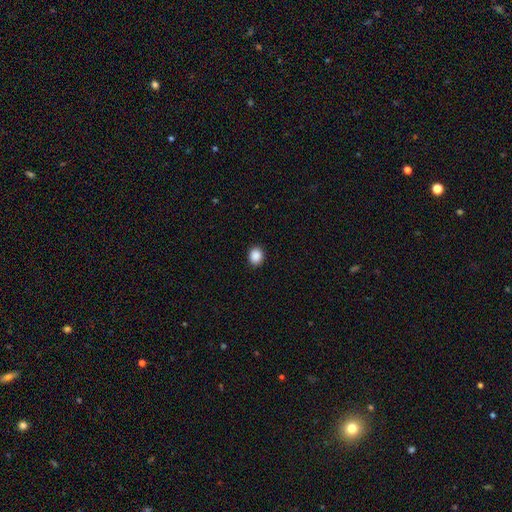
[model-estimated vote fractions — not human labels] A smooth galaxy with no disk features (89%) that is round (60%). Merging: none (91%).